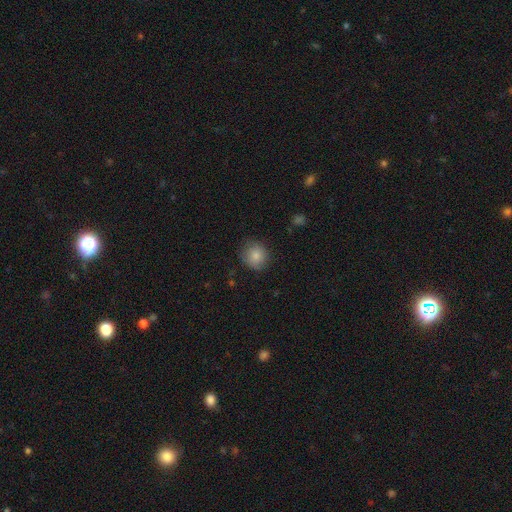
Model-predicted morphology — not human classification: Q: Smooth or featured?
A: smooth (84%); runner-up: star or artifact (8%)
Q: How rounded?
A: round (86%); runner-up: in between (13%)
Q: Merging?
A: none (80%); runner-up: minor disturbance (16%)